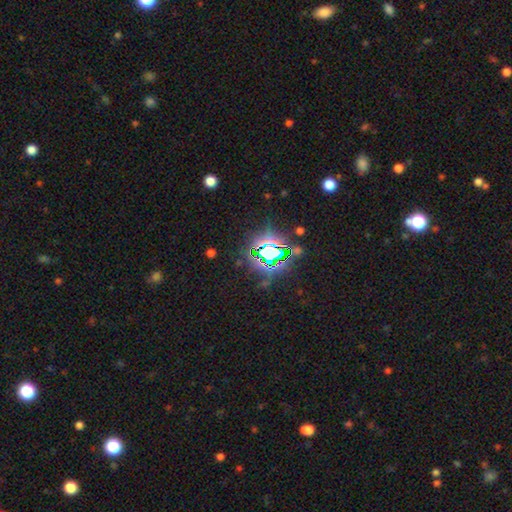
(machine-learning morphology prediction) A star or artifact, not a galaxy (81%).